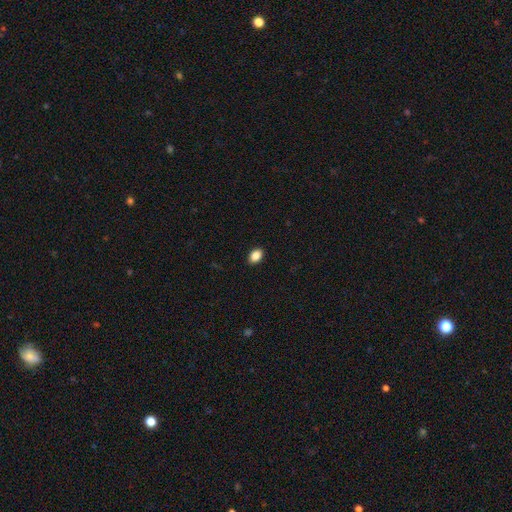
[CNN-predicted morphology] smooth-or-featured: smooth: 88% | star or artifact: 9% | featured or disk: 4%
  how-rounded: in between: 80% | round: 19% | cigar-shaped: 1%
  merging: none: 90% | minor disturbance: 7% | major disturbance: 2% | merger: 1%